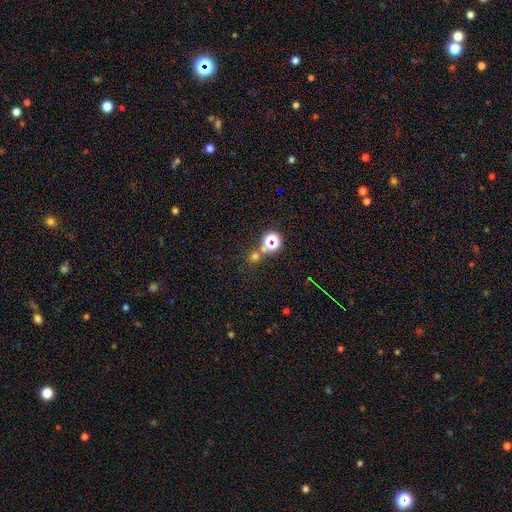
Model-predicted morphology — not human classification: star or artifact 57%, smooth 36%, featured or disk 7%.